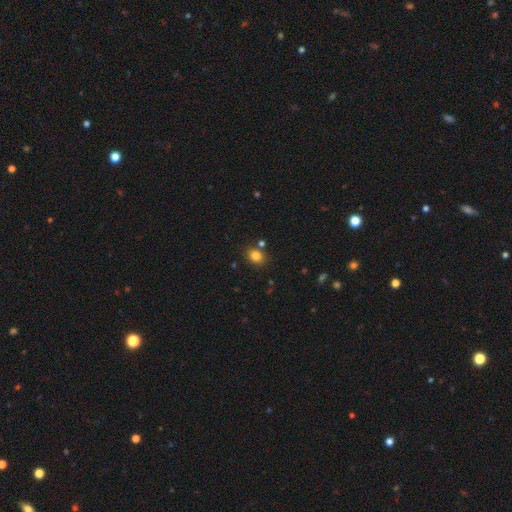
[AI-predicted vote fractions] This is clearly a smooth galaxy (82%). How rounded: possibly round (50%). Merging: likely none (78%).